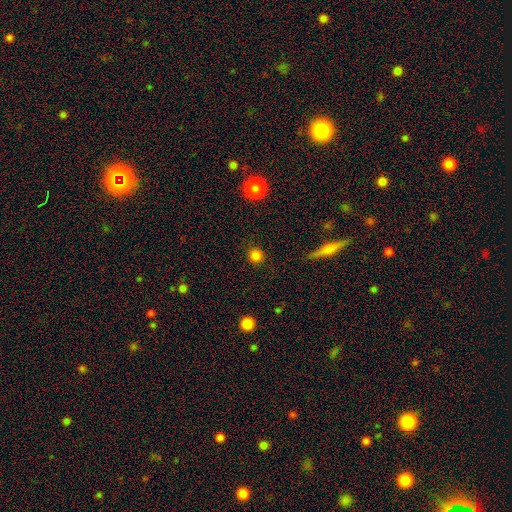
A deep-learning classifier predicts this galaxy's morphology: A smooth galaxy with no disk features (83%) that is round (93%).

Vote fractions:
- Smooth or featured? smooth: 83% / star or artifact: 13% / featured or disk: 4%
- How rounded? round: 93% / in between: 6% / cigar-shaped: 1%
- Merging? none: 89% / minor disturbance: 6% / major disturbance: 3% / merger: 2%